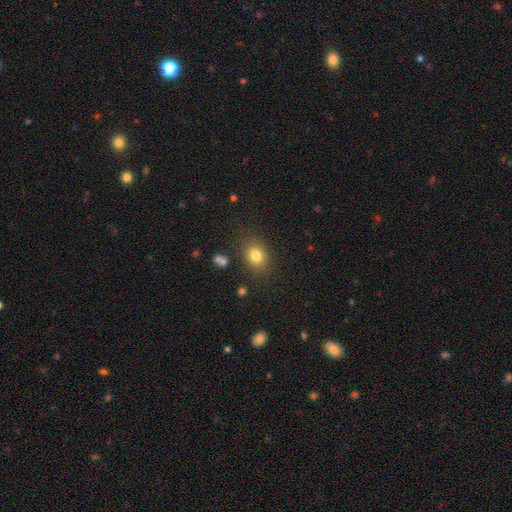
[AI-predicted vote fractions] Smooth or featured? Predicted: smooth (p=0.79). How rounded? Predicted: in between (p=0.52). Merging? Predicted: none (p=0.81).